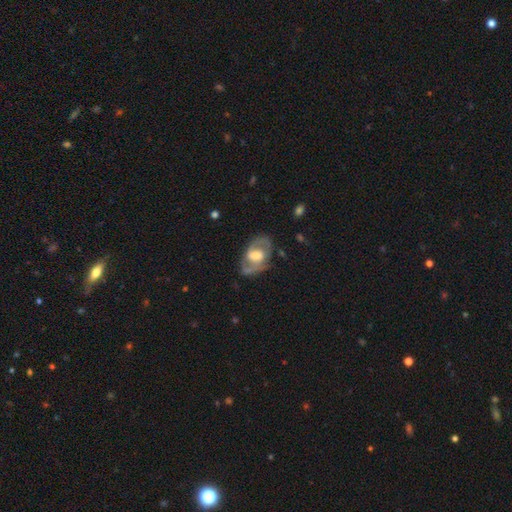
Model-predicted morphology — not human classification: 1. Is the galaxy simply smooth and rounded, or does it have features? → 70% featured or disk, 24% smooth, 6% star or artifact.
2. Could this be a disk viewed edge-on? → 95% no, 5% yes.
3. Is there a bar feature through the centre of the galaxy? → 44% weak, 37% no, 19% strong.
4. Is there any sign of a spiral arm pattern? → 71% yes, 29% no.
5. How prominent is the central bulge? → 46% moderate, 32% large, 15% small, 4% none, 2% dominant.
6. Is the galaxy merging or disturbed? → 66% none, 21% minor disturbance, 11% major disturbance, 2% merger.